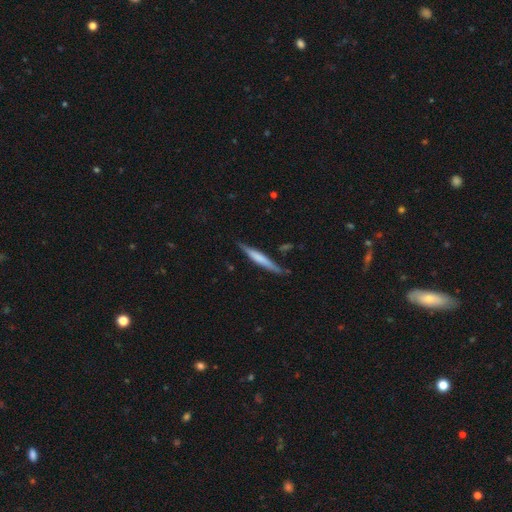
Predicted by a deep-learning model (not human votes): A smooth galaxy with no disk features (48%).

Vote fractions:
- Smooth or featured? smooth: 48% / featured or disk: 47% / star or artifact: 6%
- Merging? none: 83% / minor disturbance: 12% / major disturbance: 2% / merger: 2%